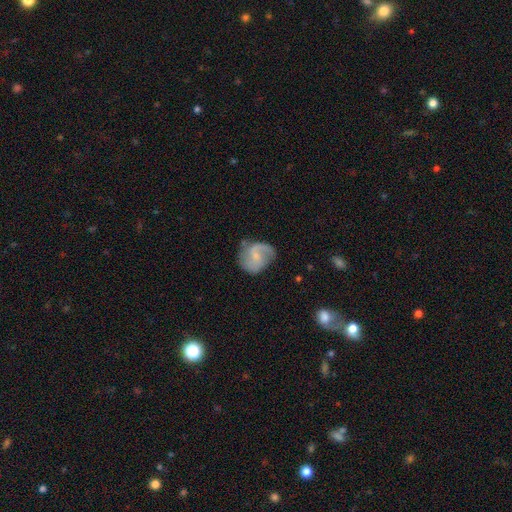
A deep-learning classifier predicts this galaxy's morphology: type=featured or disk (72%); edge-on=no (98%); bar=no (50%); spiral arms=yes (92%); winding=medium (45%); arm count=2 (76%); bulge=small (66%); merging=none (61%).